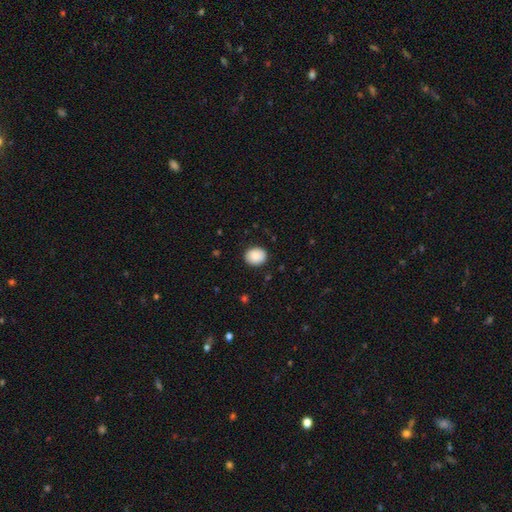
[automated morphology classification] type=smooth (88%); roundness=round (60%); merging=none (88%).